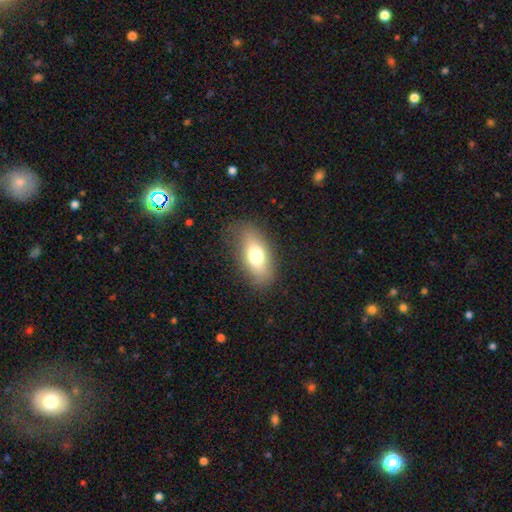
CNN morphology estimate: type=smooth (71%); roundness=in between (85%); merging=none (79%).